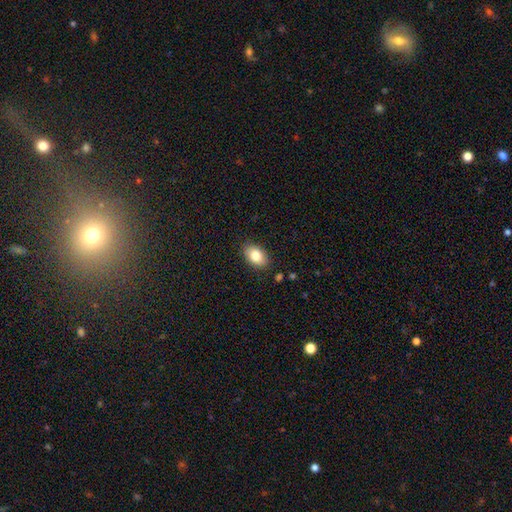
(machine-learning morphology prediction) This appears to be a smooth galaxy with no disk features (82%) that is in between round and cigar-shaped (88%). Merging: none (87%).